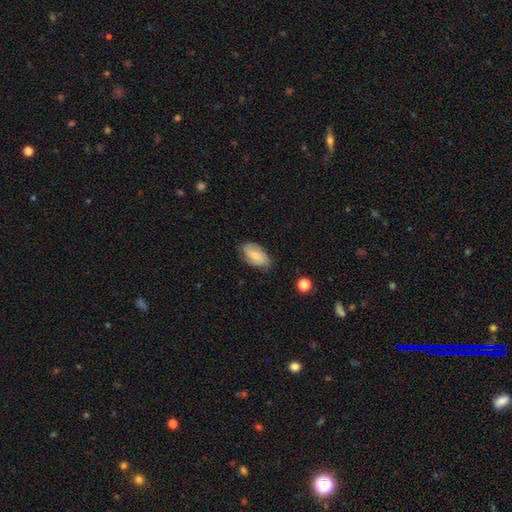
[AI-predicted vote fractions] A smooth galaxy with no disk features (55%) that is in between round and cigar-shaped (92%).

Vote fractions:
- Smooth or featured? smooth: 55% / featured or disk: 37% / star or artifact: 7%
- How rounded? in between: 92% / round: 5% / cigar-shaped: 3%
- Merging? none: 71% / minor disturbance: 23% / major disturbance: 5% / merger: 1%